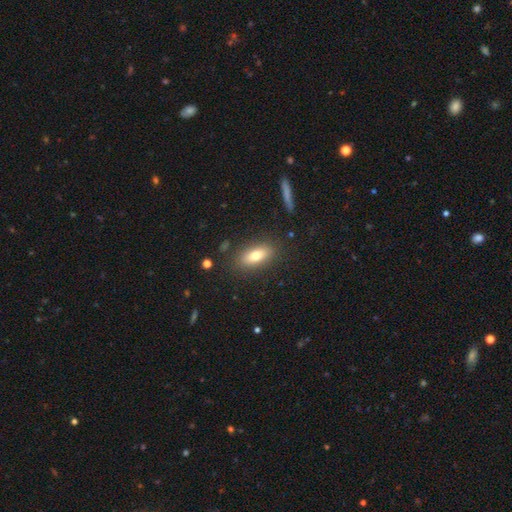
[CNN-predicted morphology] Smooth or featured? Predicted: smooth (p=0.73). How rounded? Predicted: in between (p=0.81). Merging? Predicted: none (p=0.84).